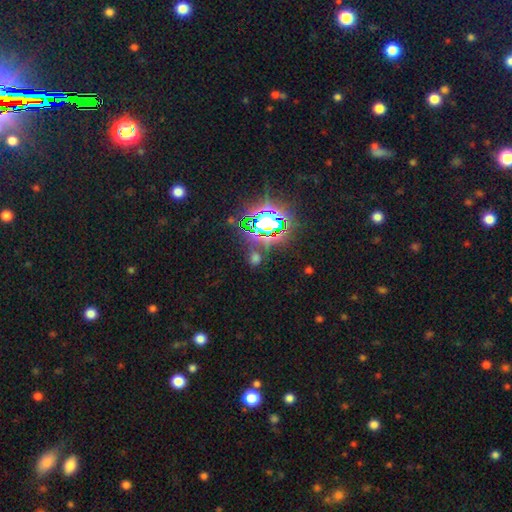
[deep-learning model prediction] Smooth or featured: star or artifact — 74% (smooth — 18%)